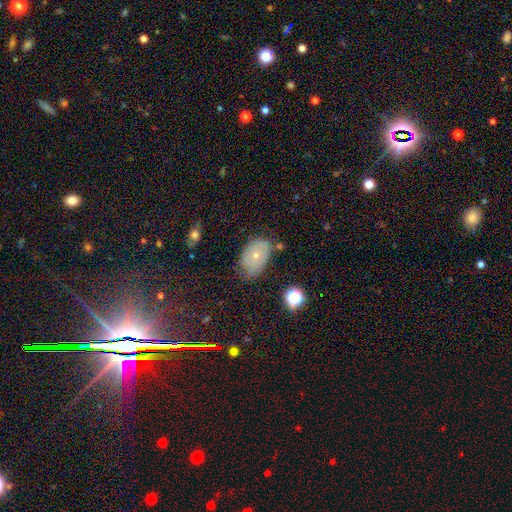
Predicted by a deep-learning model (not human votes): Q: Smooth or featured?
A: smooth (49%); runner-up: featured or disk (38%)
Q: Merging?
A: none (51%); runner-up: minor disturbance (35%)